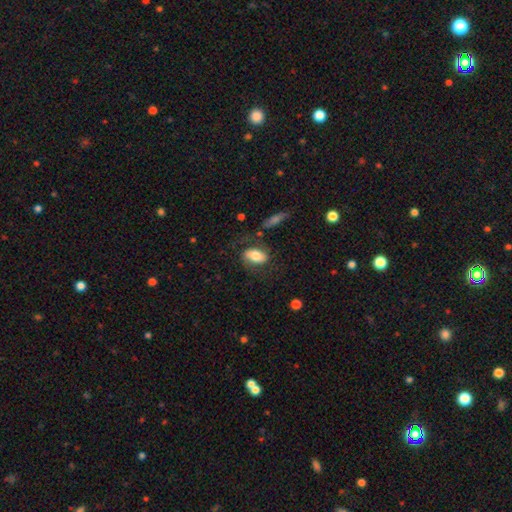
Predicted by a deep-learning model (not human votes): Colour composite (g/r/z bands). It shows a smooth galaxy with no disk features (63%) that is in between round and cigar-shaped (89%). Merging: none (60%).